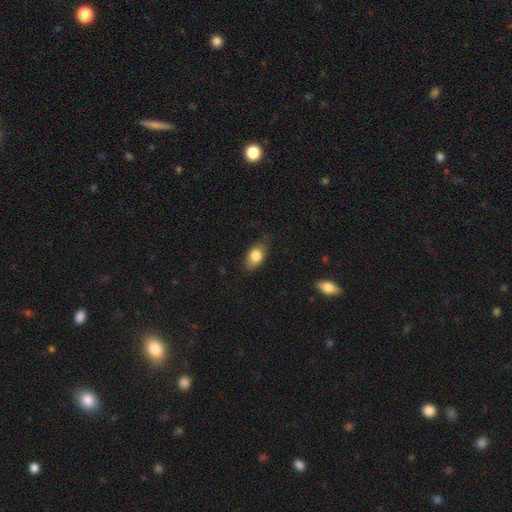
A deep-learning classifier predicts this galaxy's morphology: type=smooth (81%); roundness=in between (86%); merging=none (75%).